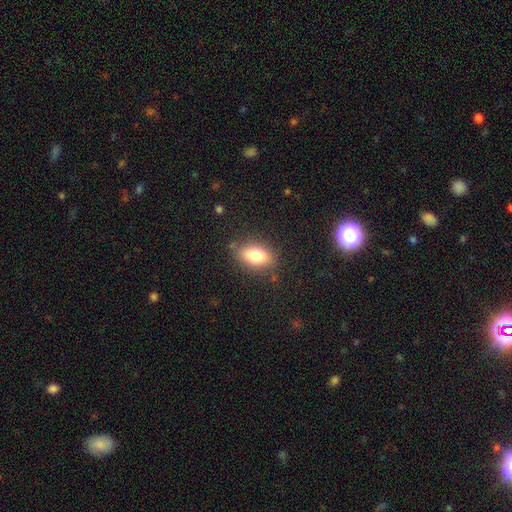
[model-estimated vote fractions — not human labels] The model was most divided on "smooth or featured": smooth: 79%, featured or disk: 13%, star or artifact: 9%. More confident: how rounded — in between (86%); merging — none (82%).